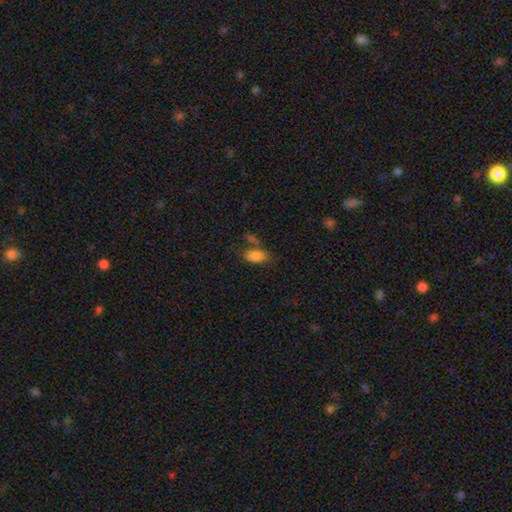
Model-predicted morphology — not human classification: smooth 81%, star or artifact 10%, featured or disk 9%. Down the decision tree: how rounded — in between (87%); merging — none (55%).